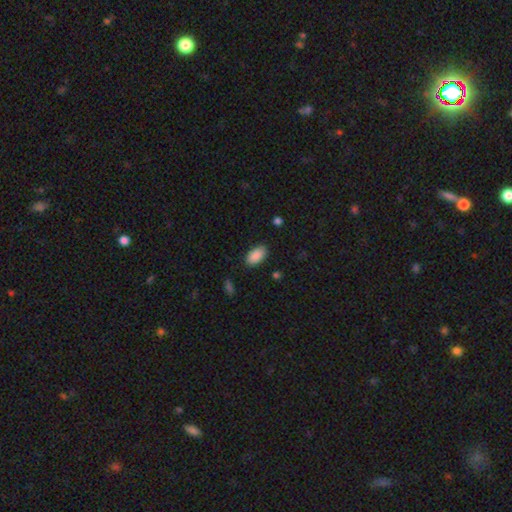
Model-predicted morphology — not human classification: Smooth or featured?
  - smooth: 90% *
  - star or artifact: 6%
  - featured or disk: 4%
How rounded?
  - in between: 95% *
  - round: 3%
  - cigar-shaped: 2%
Merging?
  - none: 87% *
  - minor disturbance: 10%
  - major disturbance: 3%
  - merger: 1%